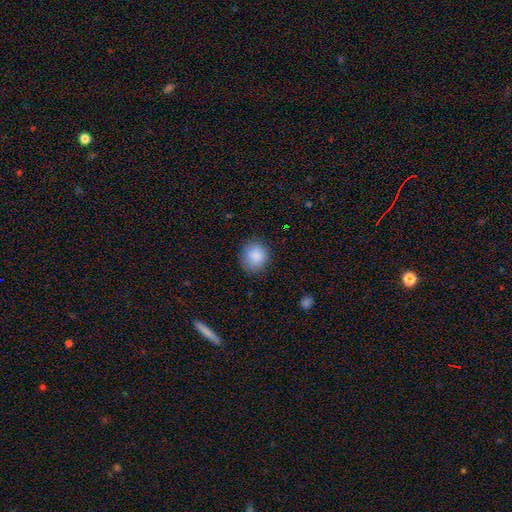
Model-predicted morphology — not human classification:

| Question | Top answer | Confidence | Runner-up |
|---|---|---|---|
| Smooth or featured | smooth | 87% | star or artifact (8%) |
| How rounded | round | 76% | in between (23%) |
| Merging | none | 81% | minor disturbance (14%) |